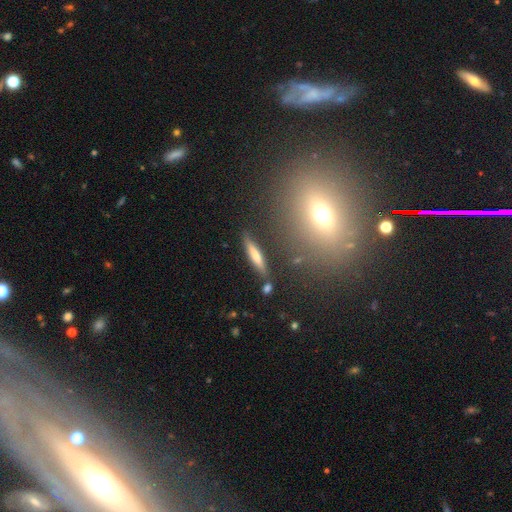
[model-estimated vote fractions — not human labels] The model was most divided on "smooth or featured": smooth: 63%, featured or disk: 30%, star or artifact: 7%. More confident: how rounded — cigar-shaped (87%); merging — none (79%).